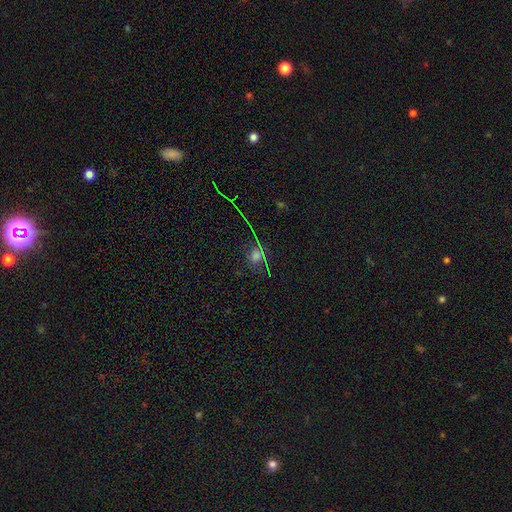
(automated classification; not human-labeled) smooth-or-featured: star or artifact: 48% | smooth: 40% | featured or disk: 12%